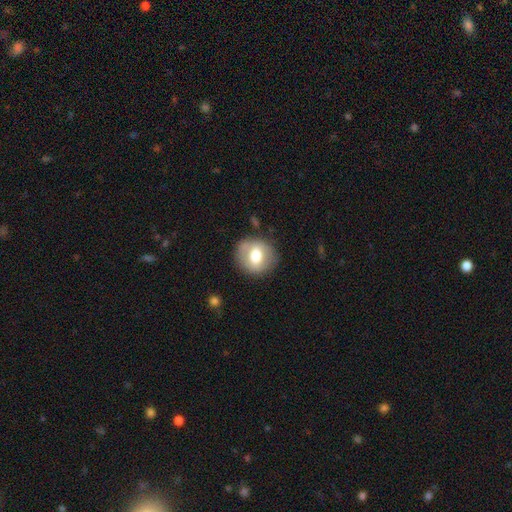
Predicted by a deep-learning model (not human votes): Smooth or featured: smooth — 64% (featured or disk — 29%)
How rounded: round — 78% (in between — 21%)
Merging: none — 80% (minor disturbance — 13%)